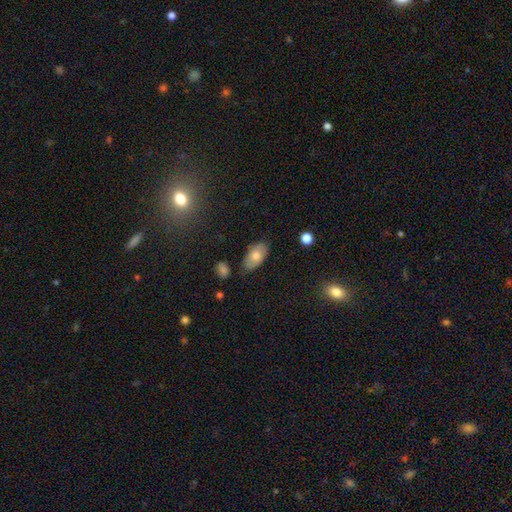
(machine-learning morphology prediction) smooth_or_featured: smooth (p=0.73) [alt: featured or disk p=0.19]
how_rounded: in between (p=0.94) [alt: round p=0.04]
merging: none (p=0.78) [alt: minor disturbance p=0.16]